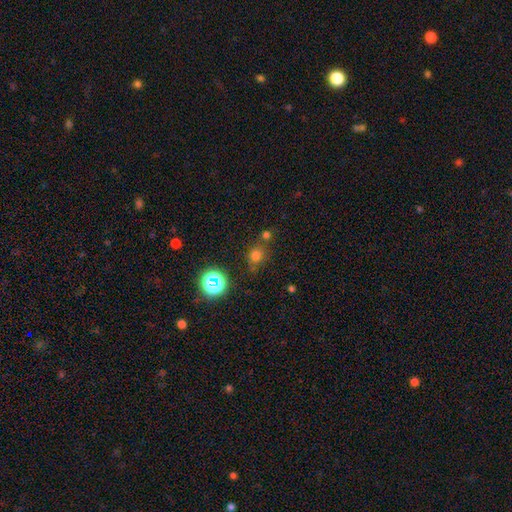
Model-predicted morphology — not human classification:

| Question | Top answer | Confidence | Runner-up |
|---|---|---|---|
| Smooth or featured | smooth | 67% | star or artifact (25%) |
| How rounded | round | 75% | in between (23%) |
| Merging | none | 65% | minor disturbance (15%) |